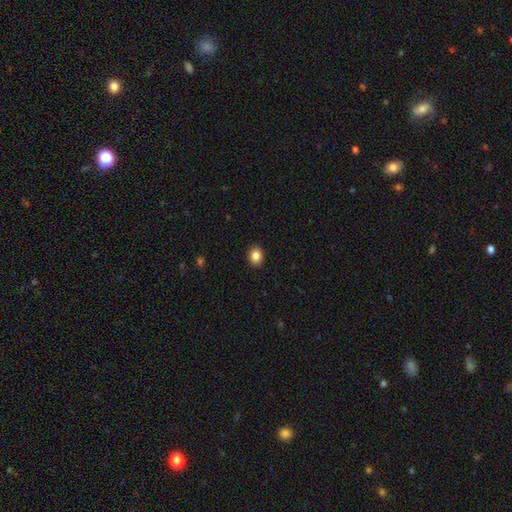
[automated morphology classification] This appears to be a smooth galaxy with no disk features (86%) that is in between round and cigar-shaped (57%). Merging: none (91%).